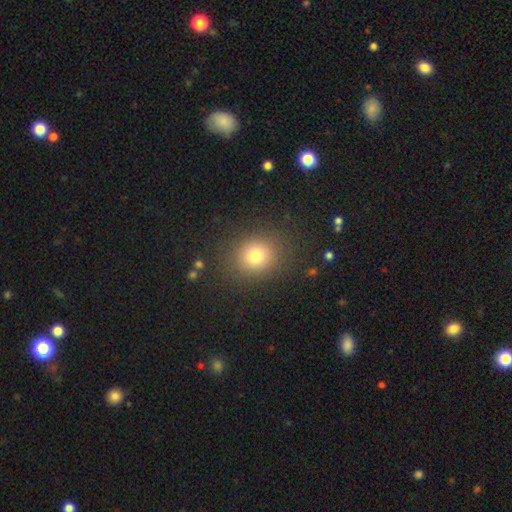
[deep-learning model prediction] Smooth or featured? smooth (76%)
How rounded? round (80%)
Merging? none (87%)